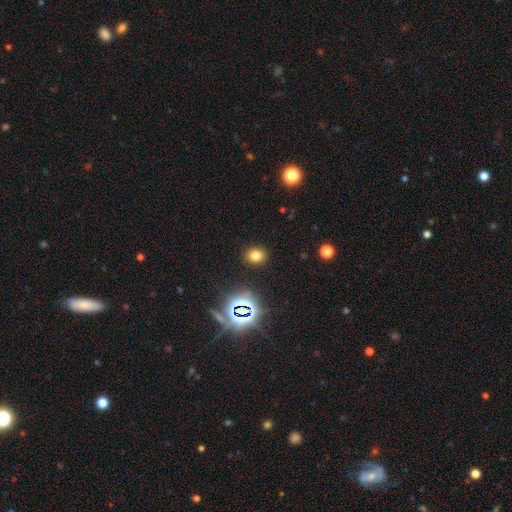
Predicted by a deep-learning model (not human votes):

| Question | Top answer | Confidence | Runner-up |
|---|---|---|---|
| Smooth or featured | smooth | 72% | star or artifact (21%) |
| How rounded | round | 63% | in between (36%) |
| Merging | none | 89% | minor disturbance (7%) |